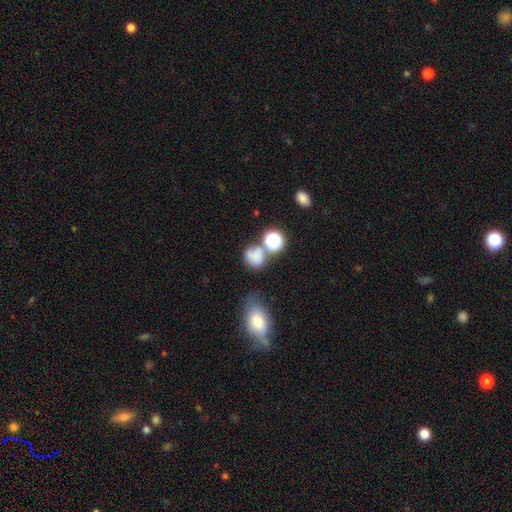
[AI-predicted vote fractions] Smooth or featured? Predicted: smooth (p=0.70). How rounded? Predicted: round (p=0.64). Merging? Predicted: none (p=0.43).